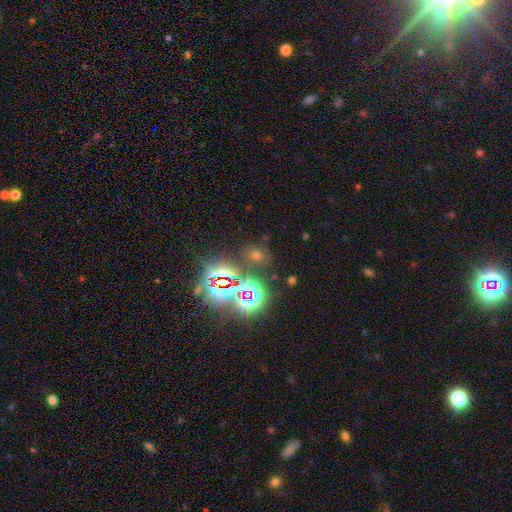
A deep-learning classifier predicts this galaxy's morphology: The model was most divided on "smooth or featured": star or artifact: 56%, smooth: 35%, featured or disk: 10%.